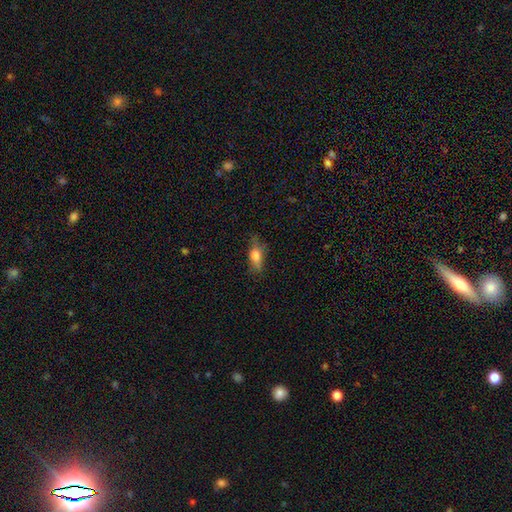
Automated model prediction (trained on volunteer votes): Smooth or featured? smooth (67%)
How rounded? in between (66%)
Merging? none (69%)